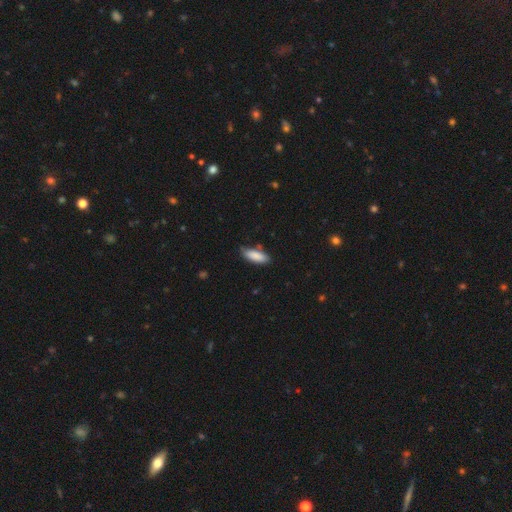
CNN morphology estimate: smooth-or-featured: smooth: 88% | featured or disk: 6% | star or artifact: 6%
  how-rounded: in between: 68% | cigar-shaped: 30% | round: 2%
  merging: none: 78% | minor disturbance: 17% | major disturbance: 3% | merger: 2%